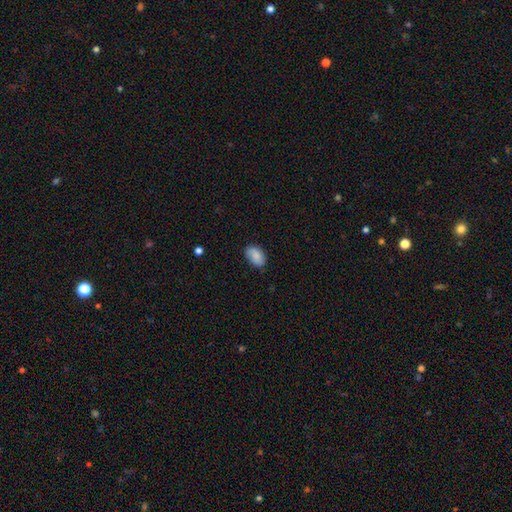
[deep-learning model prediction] A smooth galaxy with no disk features (80%) that is in between round and cigar-shaped (90%).

Vote fractions:
- Smooth or featured? smooth: 80% / featured or disk: 13% / star or artifact: 7%
- How rounded? in between: 90% / round: 9% / cigar-shaped: 1%
- Merging? none: 73% / minor disturbance: 22% / major disturbance: 4% / merger: 1%